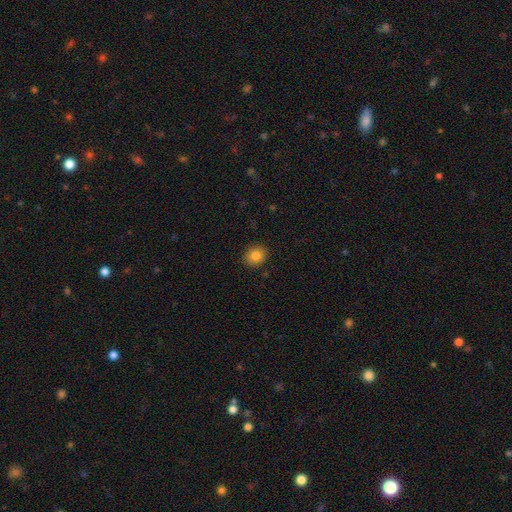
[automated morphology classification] Overall: smooth (83%). How rounded: round (65%; in between 35%). Merging: none (89%).